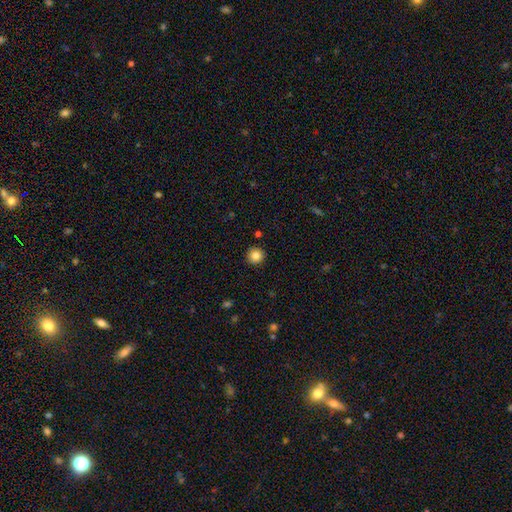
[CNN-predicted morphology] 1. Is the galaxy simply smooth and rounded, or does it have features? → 84% smooth, 10% star or artifact, 5% featured or disk.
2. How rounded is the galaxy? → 95% round, 4% in between, 1% cigar-shaped.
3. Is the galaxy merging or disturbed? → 92% none, 5% minor disturbance, 2% major disturbance, 1% merger.